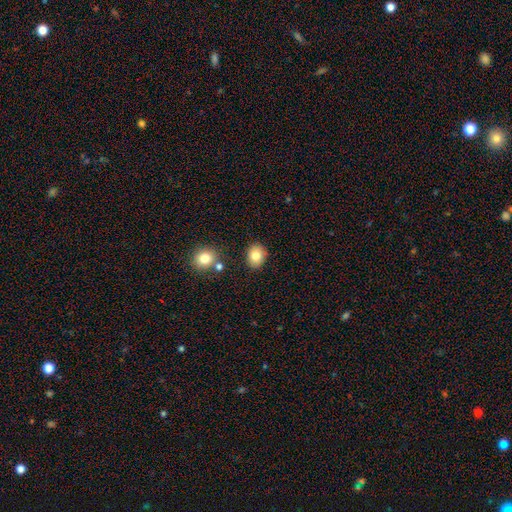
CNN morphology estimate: Q: Smooth or featured?
A: smooth (82%); runner-up: star or artifact (9%)
Q: How rounded?
A: in between (52%); runner-up: round (47%)
Q: Merging?
A: none (84%); runner-up: minor disturbance (10%)